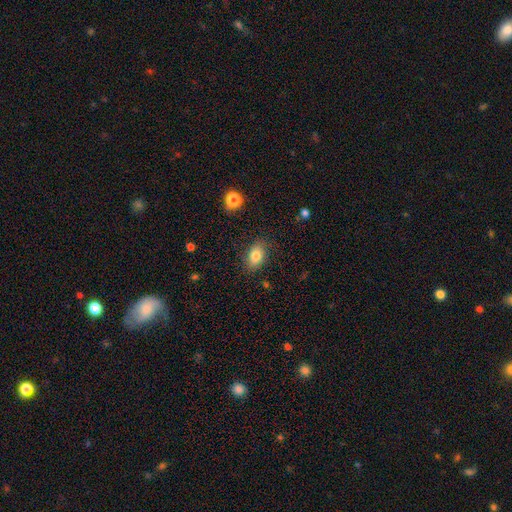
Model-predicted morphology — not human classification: A smooth galaxy with no disk features (81%) that is in between round and cigar-shaped (86%). Merging: none (84%).